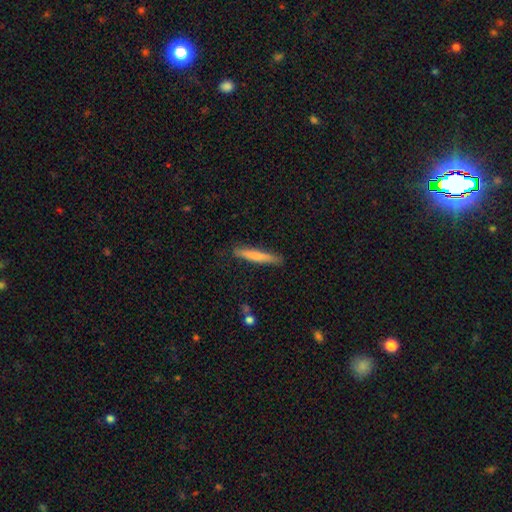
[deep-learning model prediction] Smooth or featured: smooth — 72% (featured or disk — 23%)
How rounded: cigar-shaped — 94% (in between — 5%)
Merging: none — 86% (minor disturbance — 10%)